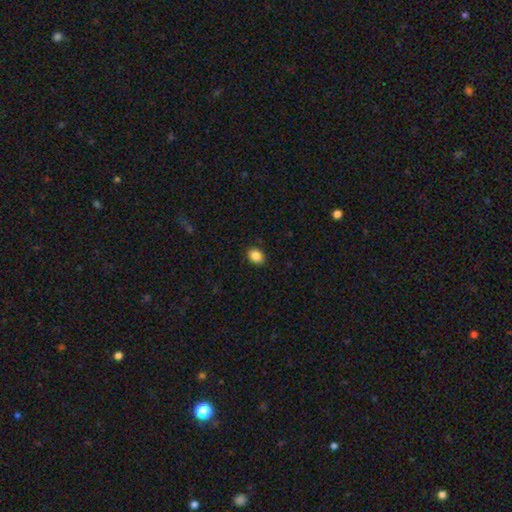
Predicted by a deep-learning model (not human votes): Smooth or featured: smooth — 88% (star or artifact — 9%)
How rounded: in between — 68% (round — 31%)
Merging: none — 88% (minor disturbance — 9%)